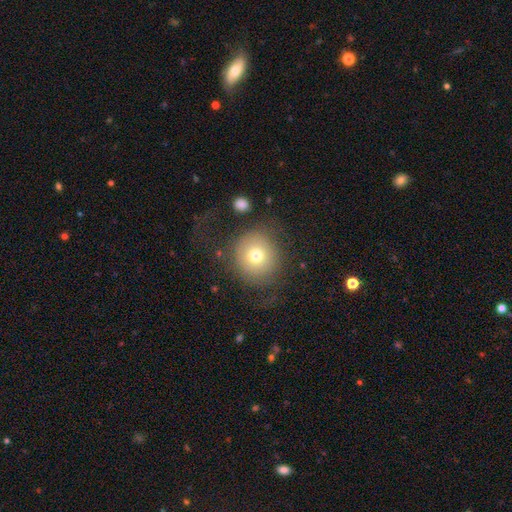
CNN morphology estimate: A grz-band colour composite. It shows a smooth galaxy with no disk features (68%) that is round (88%). Merging: none (67%).